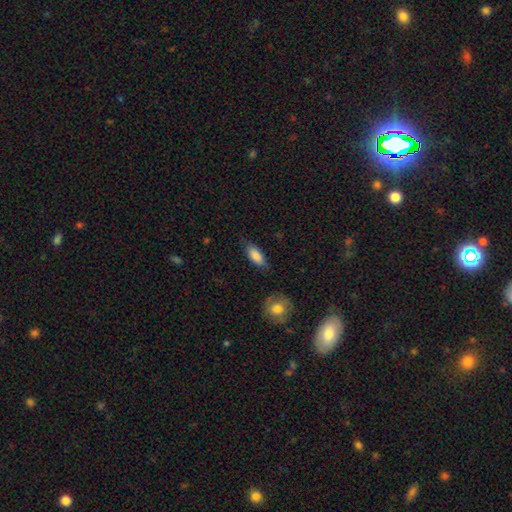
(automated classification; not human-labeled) Overall: smooth (83%). How rounded: in between (80%). Merging: none (76%).